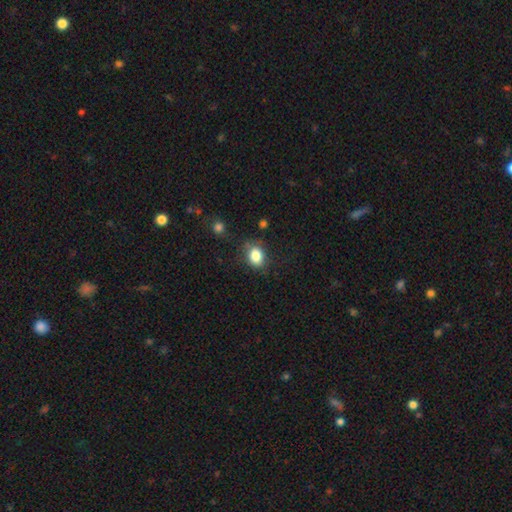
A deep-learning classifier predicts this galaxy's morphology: smooth 84%, star or artifact 10%, featured or disk 6%. Down the decision tree: how rounded — in between (50%); merging — none (74%).